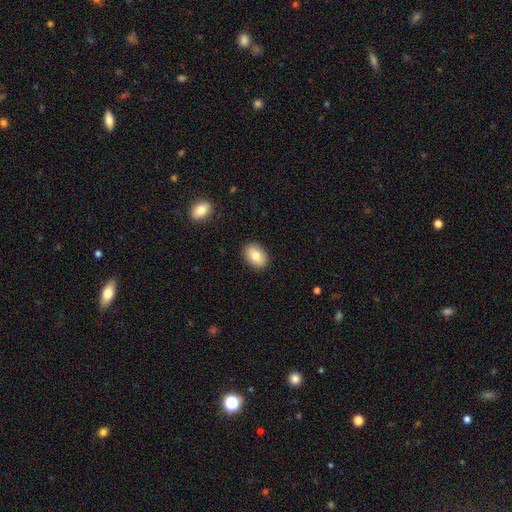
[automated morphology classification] Overall: smooth (79%). How rounded: in between (82%). Merging: none (89%).